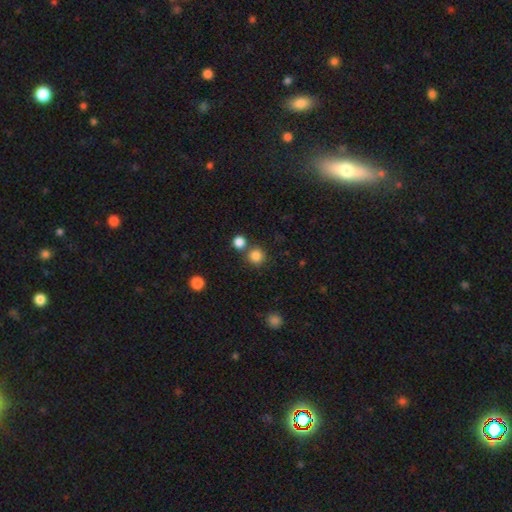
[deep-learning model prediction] A smooth galaxy with no disk features (83%) that is round (93%). Merging: none (73%).